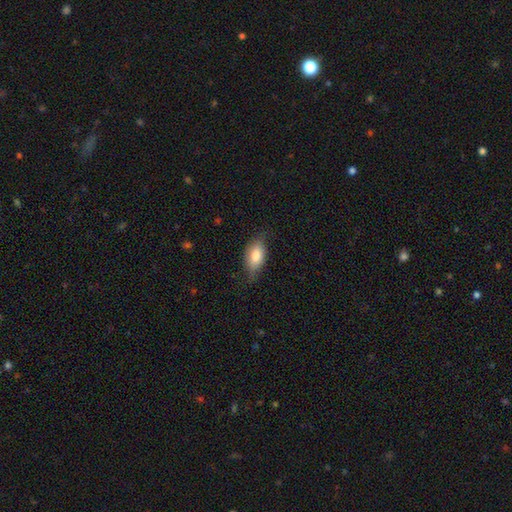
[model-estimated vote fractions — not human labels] Smooth or featured? smooth (78%)
How rounded? in between (88%)
Merging? none (66%)